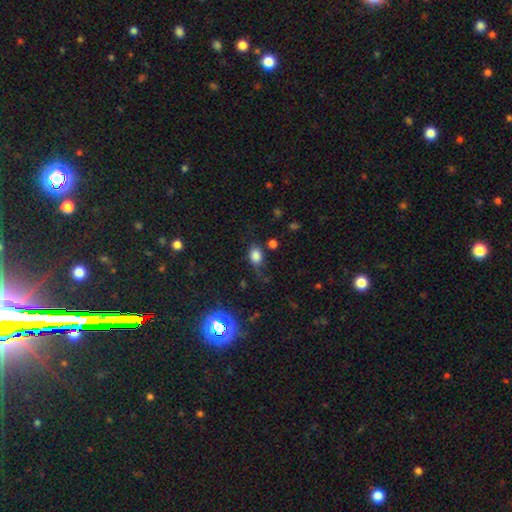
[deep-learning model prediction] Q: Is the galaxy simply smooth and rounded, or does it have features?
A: smooth — 78%.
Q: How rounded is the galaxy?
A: in between — 74%.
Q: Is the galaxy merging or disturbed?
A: none — 55%.